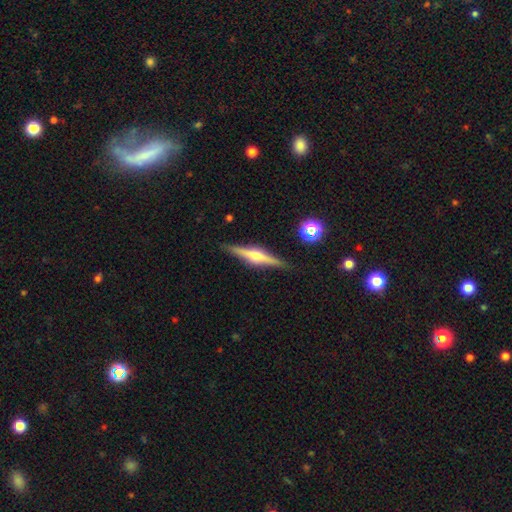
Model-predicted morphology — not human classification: Smooth or featured? featured or disk (76%)
Edge-on disk? yes (98%)
Edge-on bulge? rounded (90%)
Merging? none (90%)